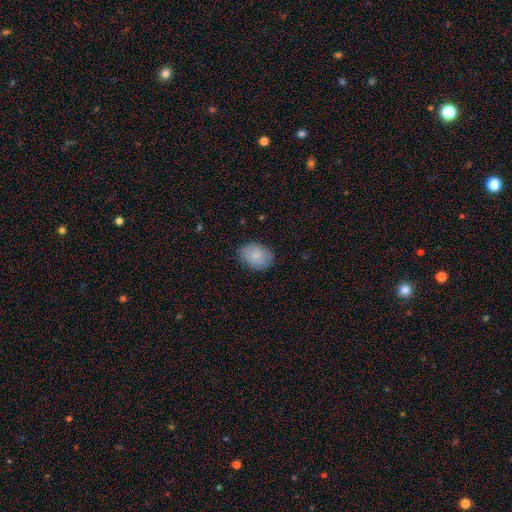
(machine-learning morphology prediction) A smooth galaxy with no disk features (81%) that is in between round and cigar-shaped (72%).

Vote fractions:
- Smooth or featured? smooth: 81% / featured or disk: 11% / star or artifact: 7%
- How rounded? in between: 72% / round: 27% / cigar-shaped: 1%
- Merging? none: 79% / minor disturbance: 17% / major disturbance: 3% / merger: 1%